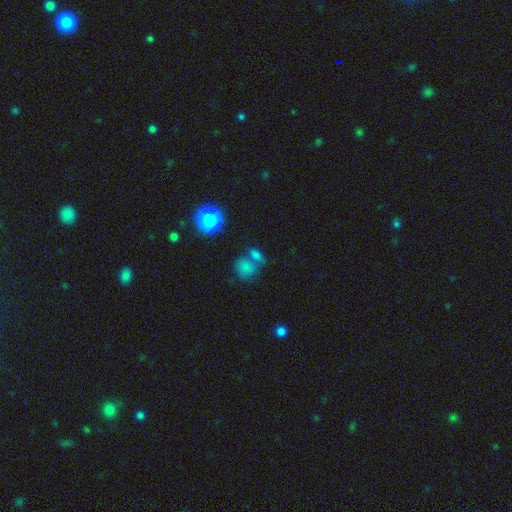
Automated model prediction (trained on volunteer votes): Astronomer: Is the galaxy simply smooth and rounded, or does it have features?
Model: smooth — 71%.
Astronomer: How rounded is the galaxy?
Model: in between — 54% (runner-up: round, 42%).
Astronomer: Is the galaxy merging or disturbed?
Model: none — 42%, tied with merger at 42%.